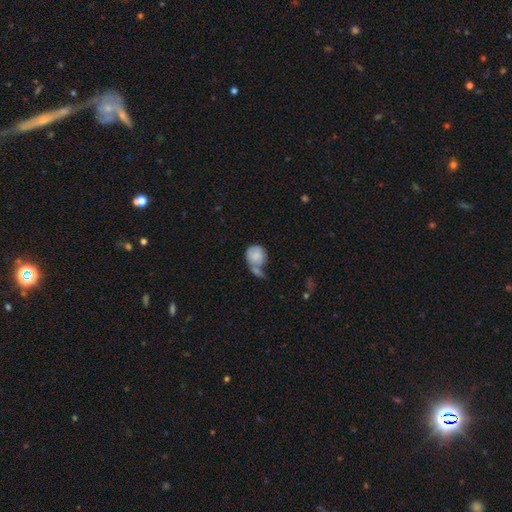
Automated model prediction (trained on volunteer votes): Smooth or featured?
  - smooth: 74% *
  - featured or disk: 19%
  - star or artifact: 7%
How rounded?
  - round: 72% *
  - in between: 27%
  - cigar-shaped: 1%
Merging?
  - merger: 41% *
  - none: 26%
  - minor disturbance: 19%
  - major disturbance: 14%